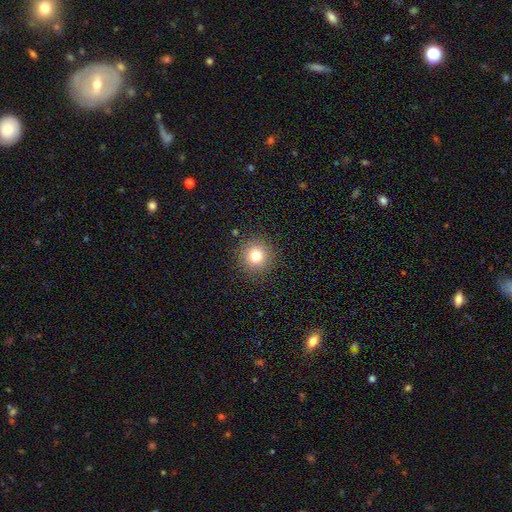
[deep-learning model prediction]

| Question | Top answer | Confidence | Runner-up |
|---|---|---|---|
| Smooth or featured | smooth | 78% | star or artifact (13%) |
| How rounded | round | 94% | in between (5%) |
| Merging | none | 89% | minor disturbance (7%) |